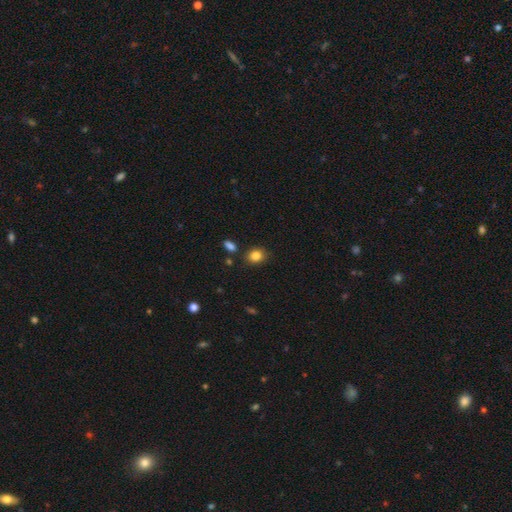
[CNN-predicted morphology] Smooth or featured? smooth (85%)
How rounded? round (55%)
Merging? none (83%)